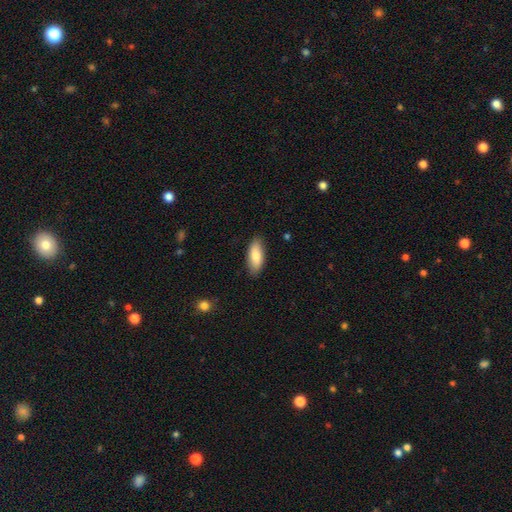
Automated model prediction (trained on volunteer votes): A smooth galaxy with no disk features (80%) that is in between round and cigar-shaped (81%). Merging: none (86%).